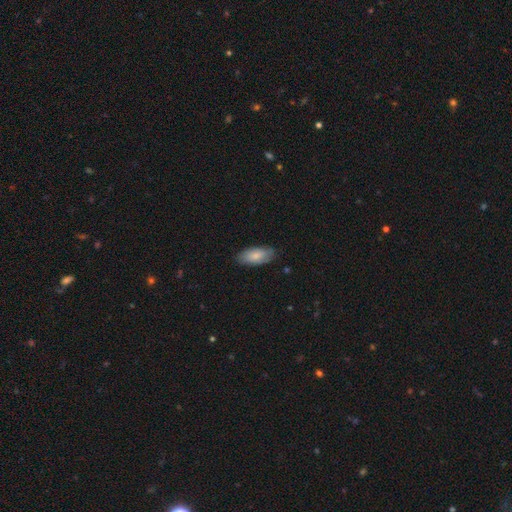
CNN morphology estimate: Q: Smooth or featured?
A: smooth (78%); runner-up: featured or disk (16%)
Q: How rounded?
A: in between (89%); runner-up: cigar-shaped (9%)
Q: Merging?
A: none (79%); runner-up: minor disturbance (17%)